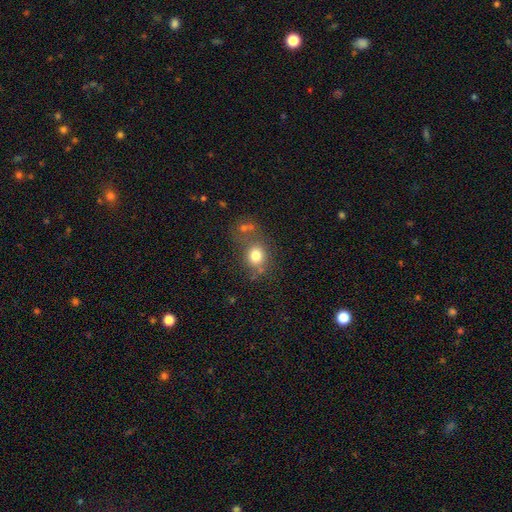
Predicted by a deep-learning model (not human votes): This appears to be a smooth galaxy with no disk features (77%) that is round (67%). Merging: none (60%).